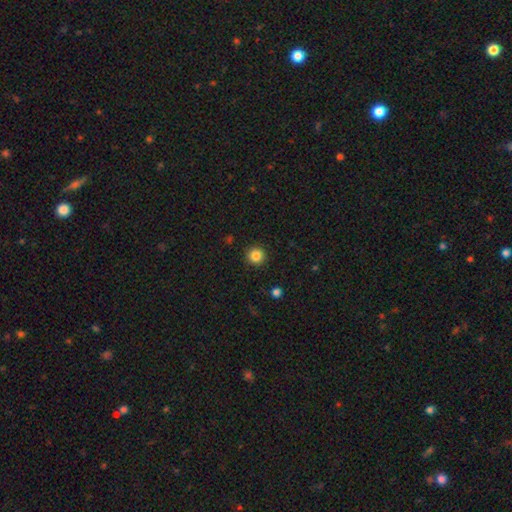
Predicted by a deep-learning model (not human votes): smooth_or_featured: smooth (p=0.85) [alt: star or artifact p=0.11]
how_rounded: round (p=0.95) [alt: in between p=0.04]
merging: none (p=0.92) [alt: minor disturbance p=0.05]